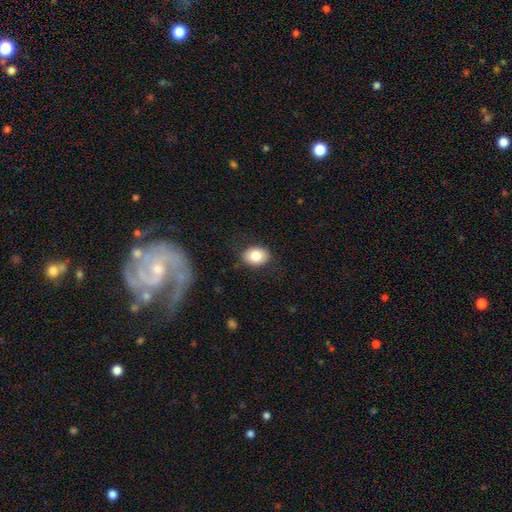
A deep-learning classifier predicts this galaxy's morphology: Smooth or featured: smooth — 80% (featured or disk — 11%)
How rounded: in between — 67% (round — 32%)
Merging: none — 84% (minor disturbance — 12%)